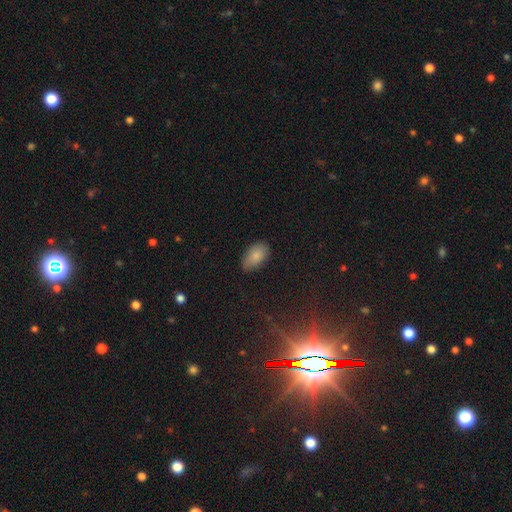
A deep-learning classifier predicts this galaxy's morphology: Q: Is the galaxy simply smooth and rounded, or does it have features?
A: smooth — 85%.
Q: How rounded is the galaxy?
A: in between — 93%.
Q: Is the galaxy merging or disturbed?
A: none — 81%.